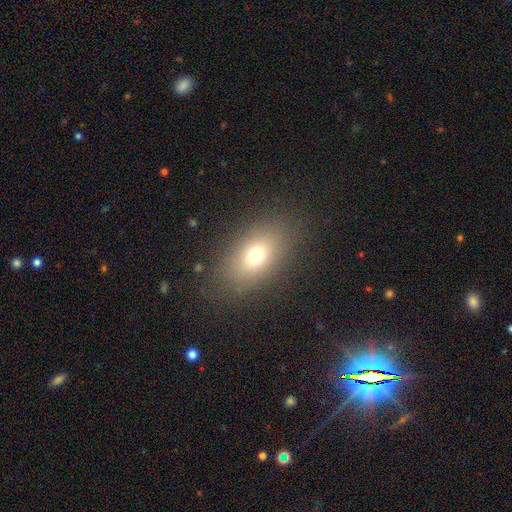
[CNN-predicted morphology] smooth_or_featured: smooth (p=0.71) [alt: featured or disk p=0.15]
how_rounded: in between (p=0.81) [alt: round p=0.16]
merging: none (p=0.83) [alt: minor disturbance p=0.10]